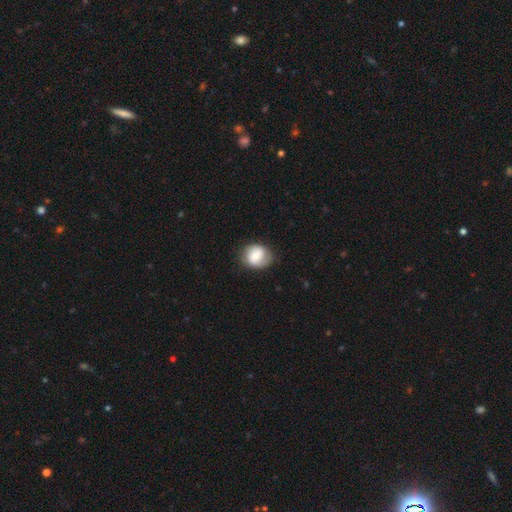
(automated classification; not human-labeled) Overall: smooth (58%; featured or disk 34%). How rounded: round (68%; in between 31%). Merging: none (75%).